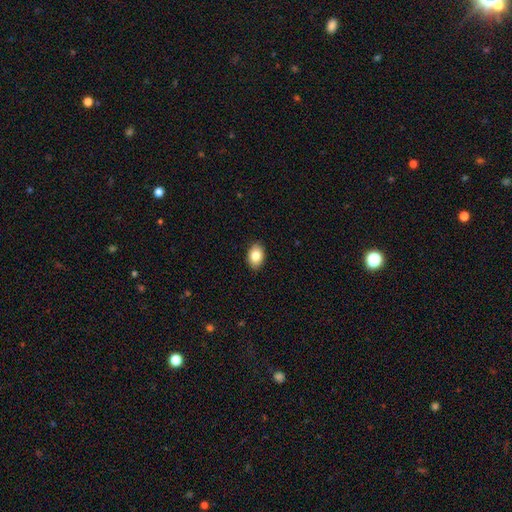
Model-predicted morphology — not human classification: Smooth or featured?
  - smooth: 84% *
  - featured or disk: 8%
  - star or artifact: 8%
How rounded?
  - in between: 85% *
  - round: 14%
  - cigar-shaped: 1%
Merging?
  - none: 90% *
  - minor disturbance: 7%
  - major disturbance: 2%
  - merger: 1%